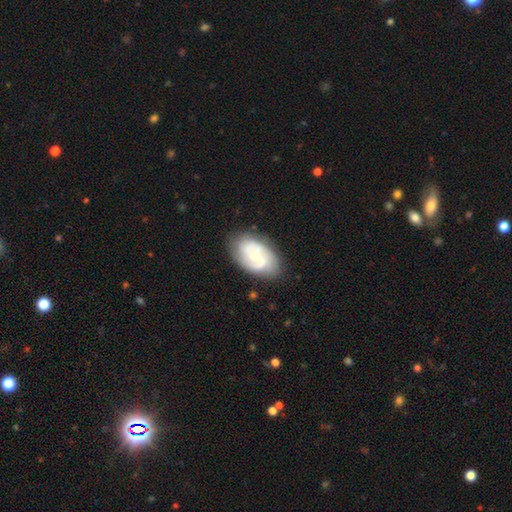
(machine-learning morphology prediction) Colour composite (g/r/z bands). It shows a featured or disk galaxy (68%) with no bar (55%), 2 (61%) tight (47%) spiral arms (84%) and a moderate central bulge (53%). Merging: none (79%).